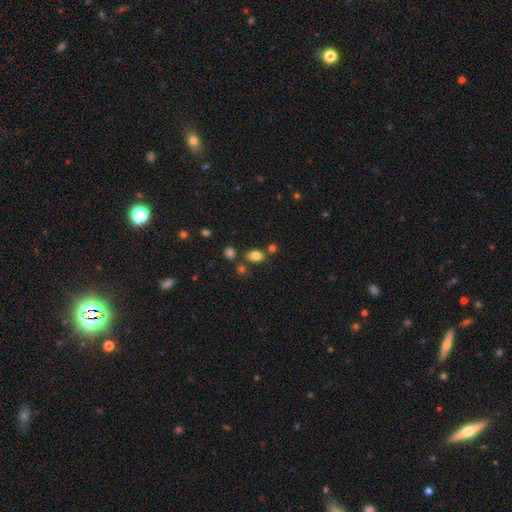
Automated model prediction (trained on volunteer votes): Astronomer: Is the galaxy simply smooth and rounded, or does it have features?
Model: smooth — 80%.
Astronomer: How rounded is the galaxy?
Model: in between — 77%.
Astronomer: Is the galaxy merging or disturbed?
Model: none — 71%.